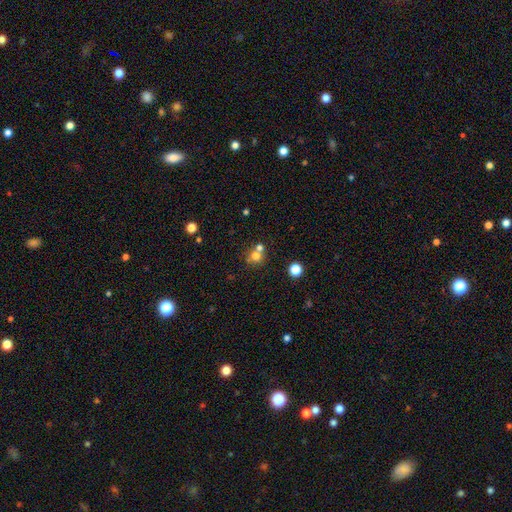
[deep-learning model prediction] Smooth or featured: smooth — 71% (star or artifact — 16%)
How rounded: round — 88% (in between — 11%)
Merging: none — 53% (merger — 37%)